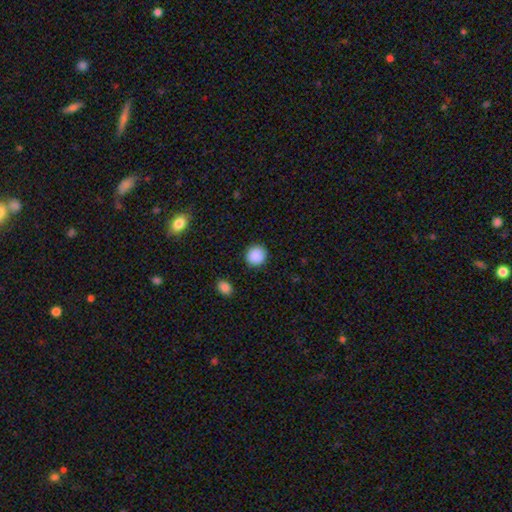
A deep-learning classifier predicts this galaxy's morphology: Smooth or featured?
  - smooth: 89% *
  - star or artifact: 8%
  - featured or disk: 3%
How rounded?
  - round: 91% *
  - in between: 8%
  - cigar-shaped: 1%
Merging?
  - none: 90% *
  - minor disturbance: 6%
  - major disturbance: 2%
  - merger: 1%